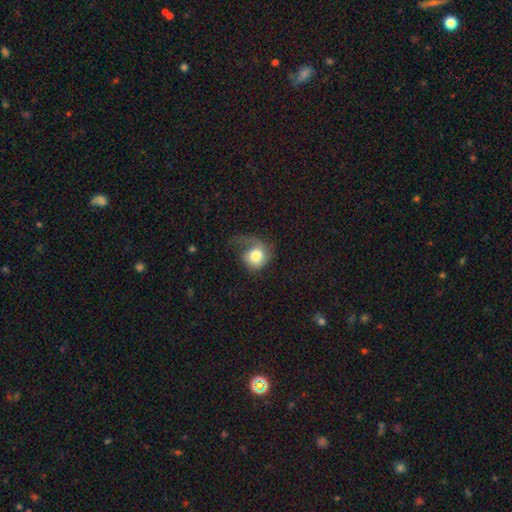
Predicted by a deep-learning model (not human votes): A smooth galaxy with no disk features (63%) that is round (73%).

Vote fractions:
- Smooth or featured? smooth: 63% / featured or disk: 29% / star or artifact: 8%
- How rounded? round: 73% / in between: 26% / cigar-shaped: 1%
- Merging? major disturbance: 45% / none: 28% / minor disturbance: 25% / merger: 3%